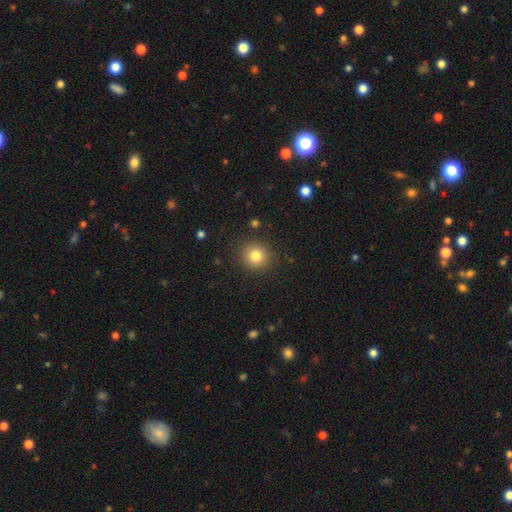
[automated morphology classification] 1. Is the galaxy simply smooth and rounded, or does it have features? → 81% smooth, 12% star or artifact, 7% featured or disk.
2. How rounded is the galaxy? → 92% round, 7% in between, 1% cigar-shaped.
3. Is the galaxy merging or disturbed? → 90% none, 6% minor disturbance, 2% major disturbance, 1% merger.